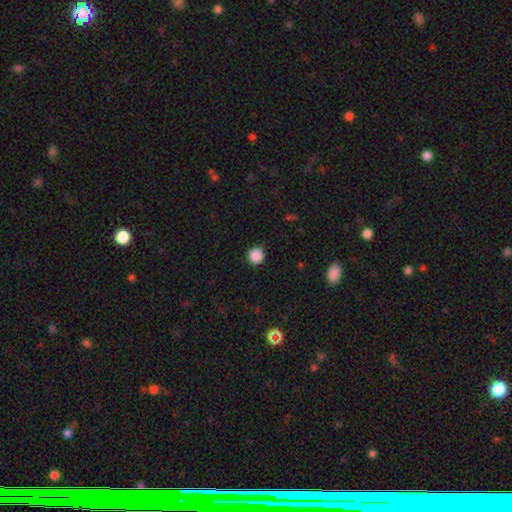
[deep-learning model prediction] A smooth galaxy with no disk features (87%) that is round (95%).

Vote fractions:
- Smooth or featured? smooth: 87% / star or artifact: 10% / featured or disk: 2%
- How rounded? round: 95% / in between: 4% / cigar-shaped: 1%
- Merging? none: 90% / minor disturbance: 7% / major disturbance: 2% / merger: 1%